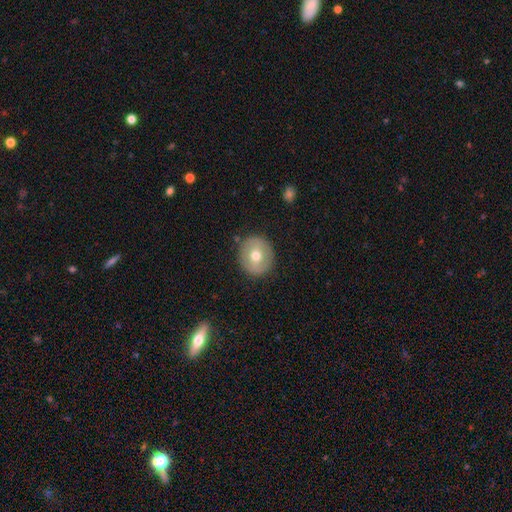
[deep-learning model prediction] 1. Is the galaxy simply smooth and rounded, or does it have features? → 61% smooth, 31% featured or disk, 8% star or artifact.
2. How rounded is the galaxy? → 82% round, 17% in between, 1% cigar-shaped.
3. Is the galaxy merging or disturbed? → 87% none, 9% minor disturbance, 3% major disturbance, 1% merger.